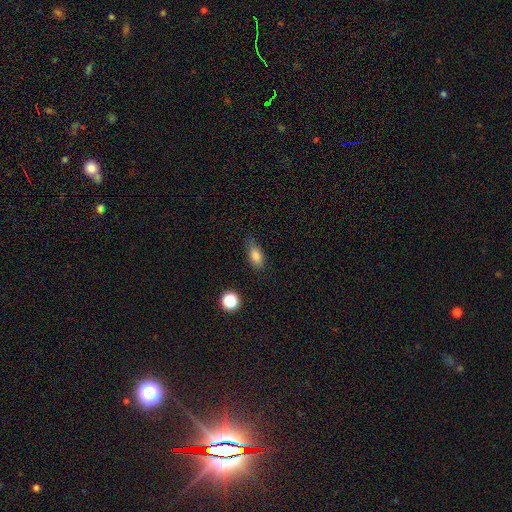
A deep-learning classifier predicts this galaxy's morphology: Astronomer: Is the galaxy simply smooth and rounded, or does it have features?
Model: smooth — 81%.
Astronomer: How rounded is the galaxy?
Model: in between — 80%.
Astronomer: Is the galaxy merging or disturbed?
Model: none — 72%.